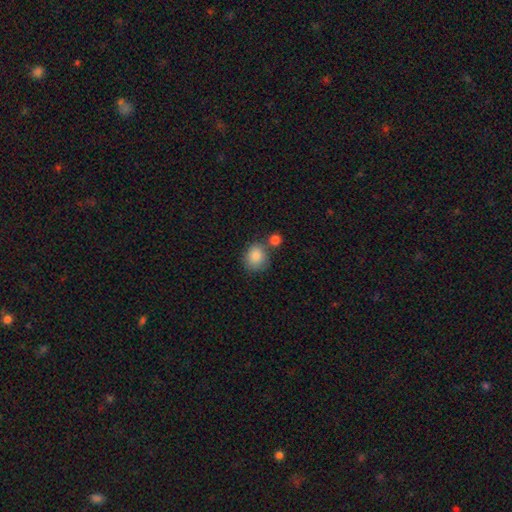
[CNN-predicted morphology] smooth_or_featured: smooth (p=0.86) [alt: star or artifact p=0.08]
how_rounded: round (p=0.76) [alt: in between p=0.23]
merging: none (p=0.60) [alt: merger p=0.21]